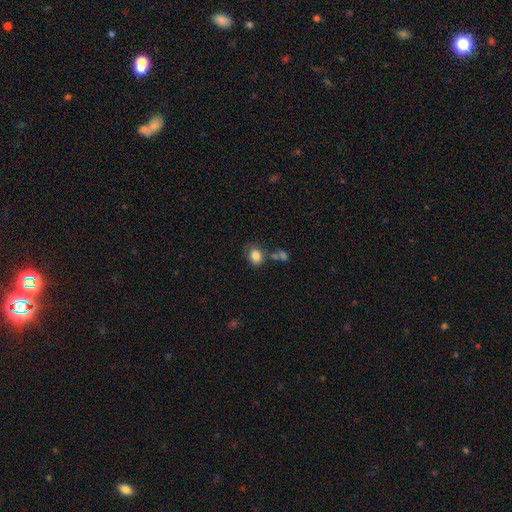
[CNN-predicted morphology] smooth_or_featured: smooth (p=0.83) [alt: star or artifact p=0.09]
how_rounded: in between (p=0.50) [alt: round p=0.49]
merging: none (p=0.63) [alt: minor disturbance p=0.18]